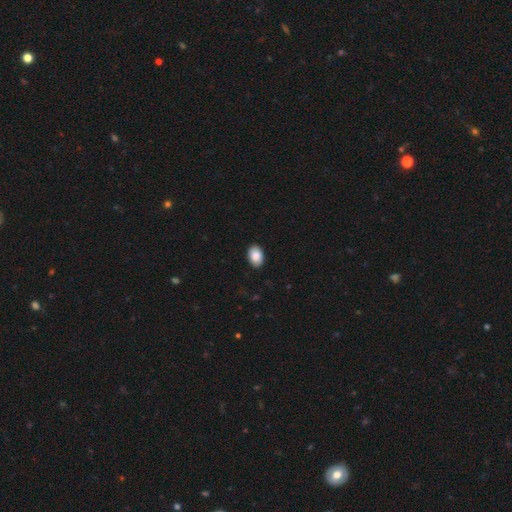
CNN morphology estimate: A smooth galaxy with no disk features (89%) that is in between round and cigar-shaped (87%). Merging: none (90%).